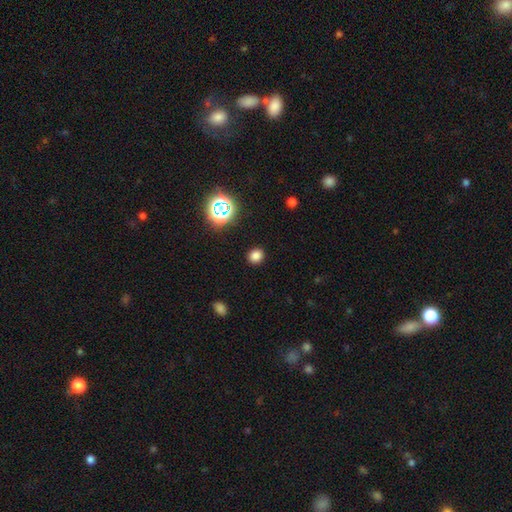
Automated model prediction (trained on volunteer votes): This is likely a smooth galaxy (78%). How rounded: likely round (72%). Merging: clearly none (89%).